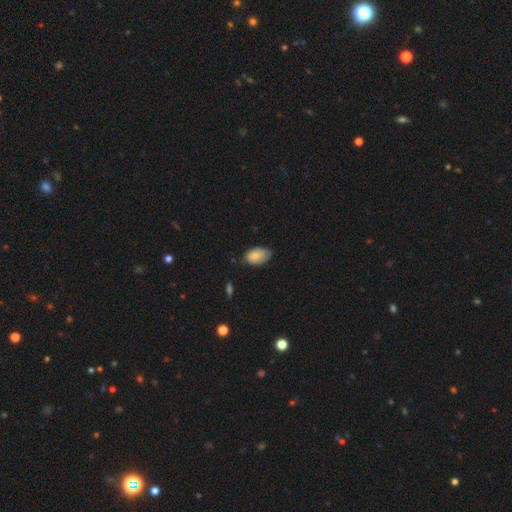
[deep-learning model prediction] Q: Smooth or featured?
A: smooth (86%); runner-up: featured or disk (8%)
Q: How rounded?
A: in between (93%); runner-up: round (6%)
Q: Merging?
A: none (63%); runner-up: minor disturbance (31%)